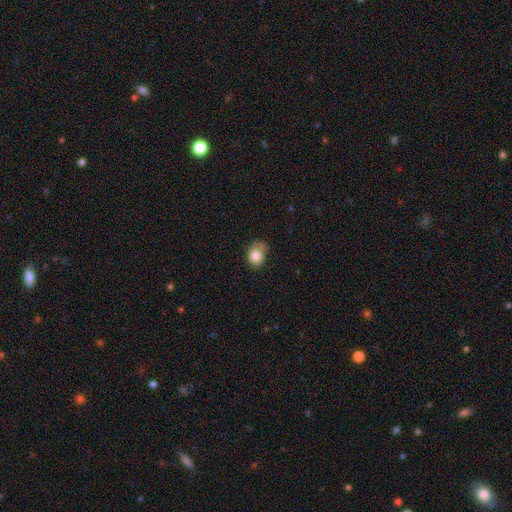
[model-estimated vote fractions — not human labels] This appears to be a smooth galaxy with no disk features (82%) that is round (58%). Merging: none (48%).